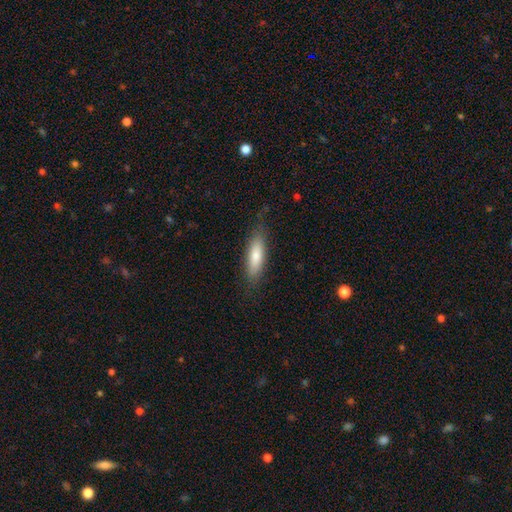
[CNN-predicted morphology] Q: Smooth or featured?
A: smooth (71%); runner-up: featured or disk (22%)
Q: How rounded?
A: cigar-shaped (63%); runner-up: in between (35%)
Q: Merging?
A: none (79%); runner-up: minor disturbance (16%)